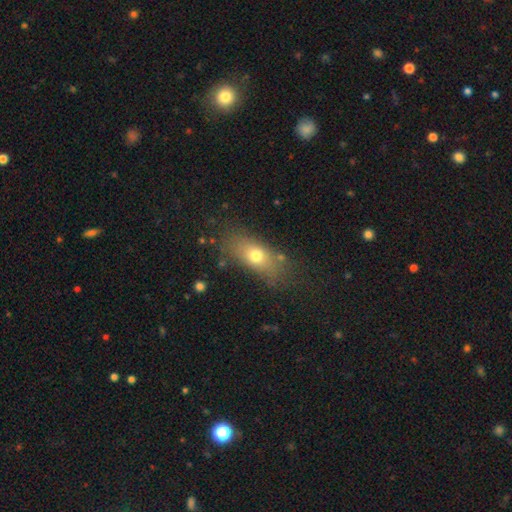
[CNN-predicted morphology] The model was most divided on "smooth or featured": smooth: 69%, featured or disk: 20%, star or artifact: 11%. More confident: how rounded — in between (72%); merging — none (72%).